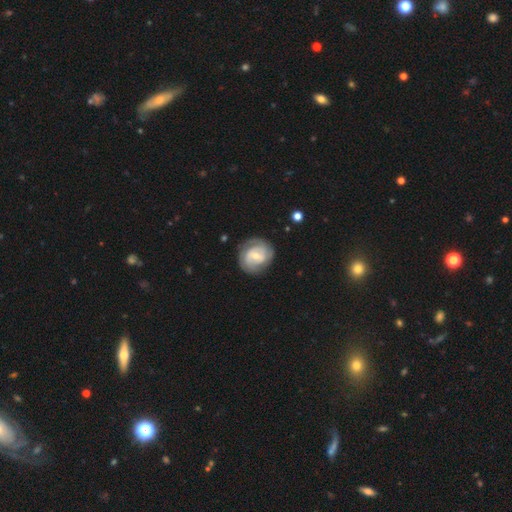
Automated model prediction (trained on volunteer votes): Smooth or featured? Predicted: featured or disk (p=0.77). Edge-on disk? Predicted: no (p=0.98). Bar? Predicted: weak (p=0.48). Spiral arms? Predicted: yes (p=0.90). Spiral winding? Predicted: tight (p=0.62). Spiral arm count? Predicted: 2 (p=0.50). Bulge size? Predicted: small (p=0.52). Merging? Predicted: none (p=0.75).